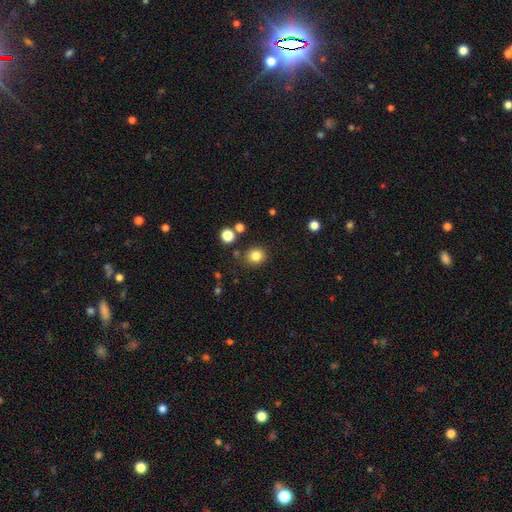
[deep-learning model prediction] Overall: smooth (82%). How rounded: round (82%). Merging: none (84%).